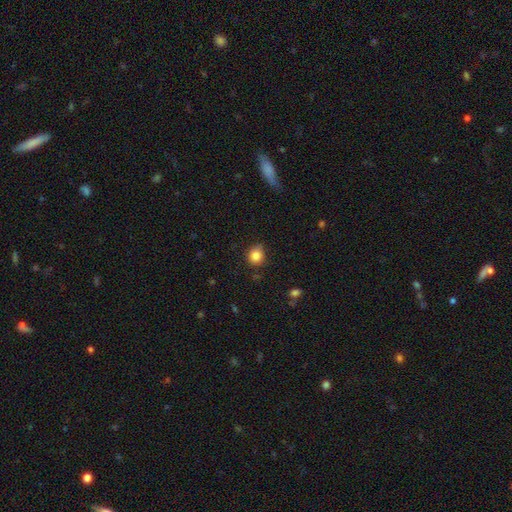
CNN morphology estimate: smooth 83%, star or artifact 11%, featured or disk 6%. Down the decision tree: how rounded — round (80%); merging — none (75%).